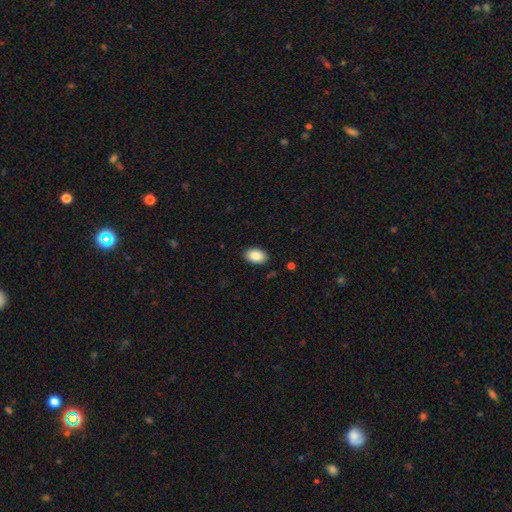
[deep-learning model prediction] Smooth or featured?
  - smooth: 88% *
  - star or artifact: 7%
  - featured or disk: 5%
How rounded?
  - in between: 90% *
  - round: 9%
  - cigar-shaped: 1%
Merging?
  - none: 89% *
  - minor disturbance: 8%
  - major disturbance: 2%
  - merger: 1%